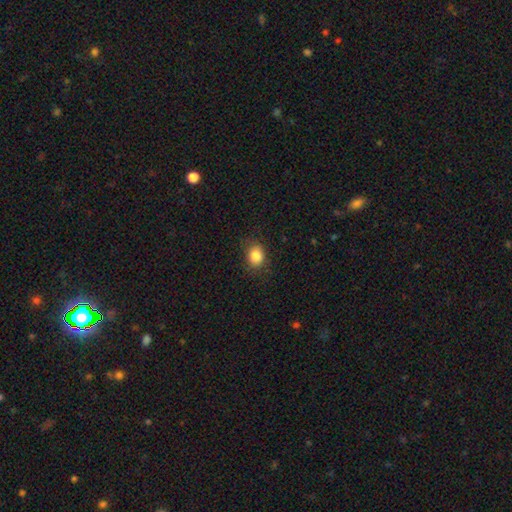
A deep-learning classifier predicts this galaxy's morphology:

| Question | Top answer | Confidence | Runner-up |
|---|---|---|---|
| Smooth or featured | smooth | 85% | star or artifact (10%) |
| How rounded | in between | 52% | round (47%) |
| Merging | none | 82% | minor disturbance (14%) |